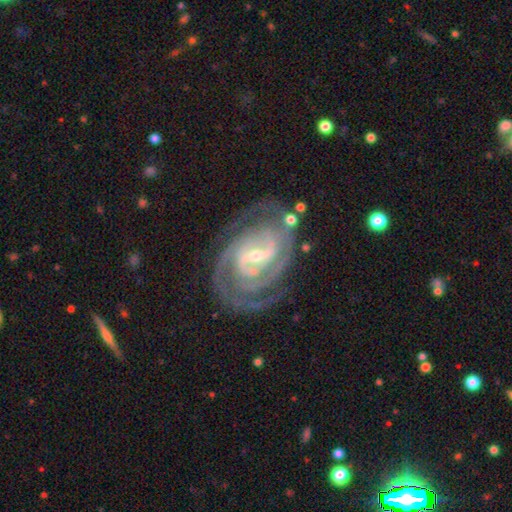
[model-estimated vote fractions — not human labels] Smooth or featured? Predicted: featured or disk (p=0.91). Edge-on disk? Predicted: no (p=0.96). Bar? Predicted: strong (p=0.47). Spiral arms? Predicted: yes (p=0.97). Spiral winding? Predicted: tight (p=0.69). Spiral arm count? Predicted: 2 (p=0.41). Bulge size? Predicted: small (p=0.62). Merging? Predicted: none (p=0.73).